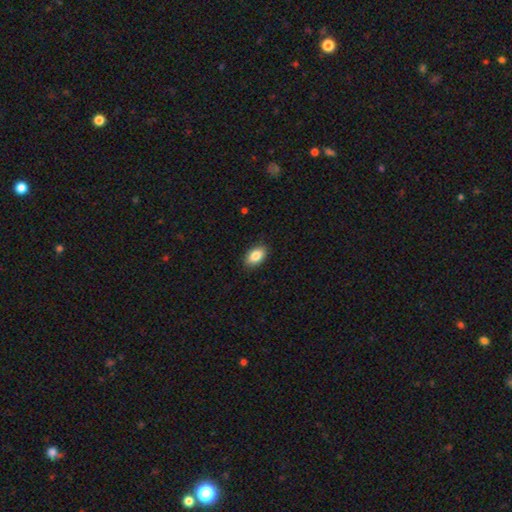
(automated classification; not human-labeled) Morphology: type=smooth (86%); roundness=in between (91%); merging=none (88%).